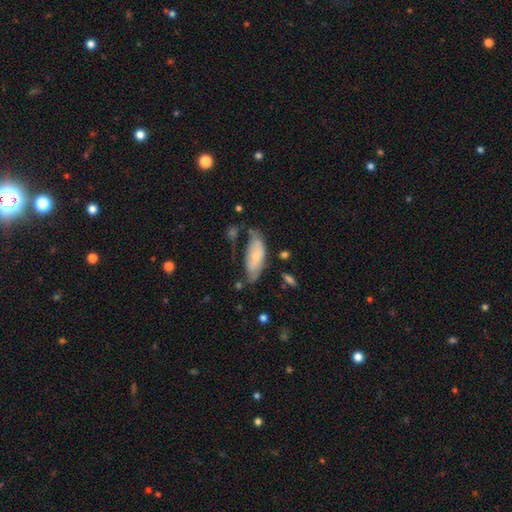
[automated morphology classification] smooth 61%, featured or disk 33%, star or artifact 6%. Down the decision tree: how rounded — in between (83%); merging — none (41%).